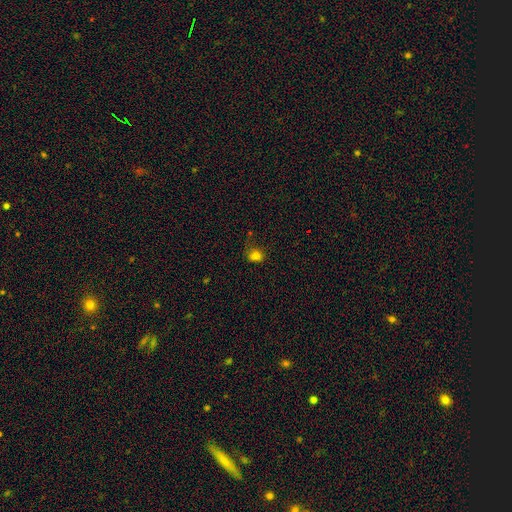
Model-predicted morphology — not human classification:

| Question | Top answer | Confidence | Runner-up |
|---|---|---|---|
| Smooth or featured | smooth | 72% | star or artifact (21%) |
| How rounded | round | 55% | in between (44%) |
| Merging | none | 50% | minor disturbance (26%) |